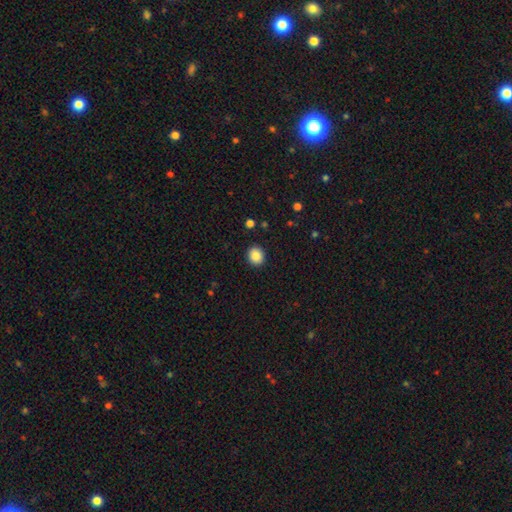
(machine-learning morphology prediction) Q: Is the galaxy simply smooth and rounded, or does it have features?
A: smooth — 86%.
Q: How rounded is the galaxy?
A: round — 79%.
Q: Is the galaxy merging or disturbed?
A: none — 92%.